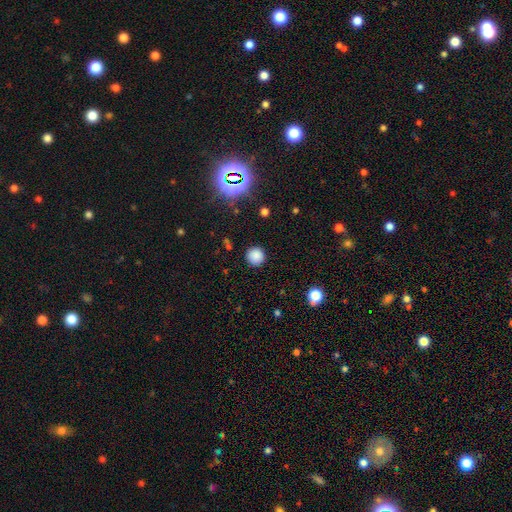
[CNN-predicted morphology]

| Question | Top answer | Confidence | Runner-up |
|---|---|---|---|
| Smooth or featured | smooth | 83% | star or artifact (13%) |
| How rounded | round | 95% | in between (4%) |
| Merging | none | 90% | minor disturbance (7%) |